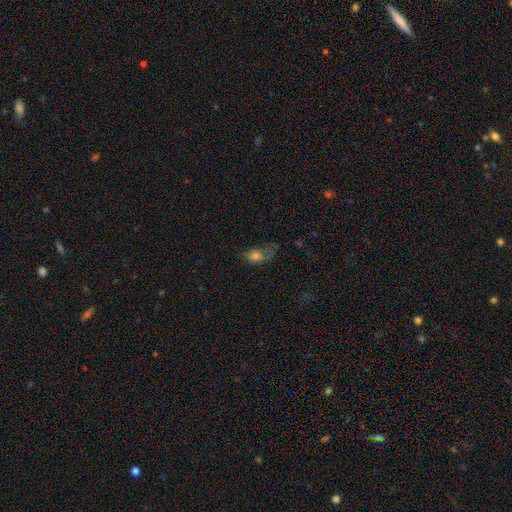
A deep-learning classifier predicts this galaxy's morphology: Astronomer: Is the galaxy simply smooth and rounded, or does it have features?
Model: smooth — 67%.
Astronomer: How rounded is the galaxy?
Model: in between — 74%.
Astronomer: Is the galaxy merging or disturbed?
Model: major disturbance — 38% (runner-up: none, 29%).